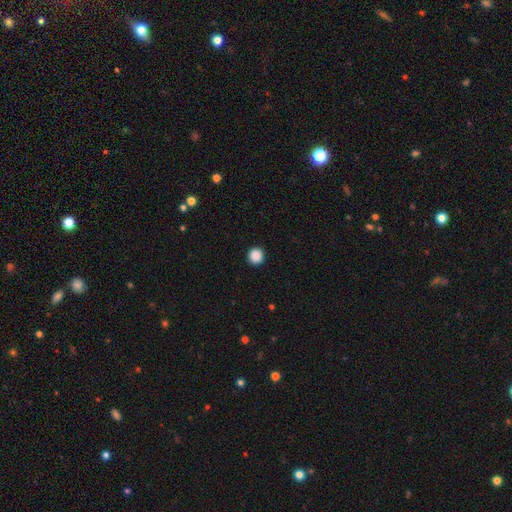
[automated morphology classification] Smooth or featured? smooth (88%)
How rounded? round (96%)
Merging? none (94%)